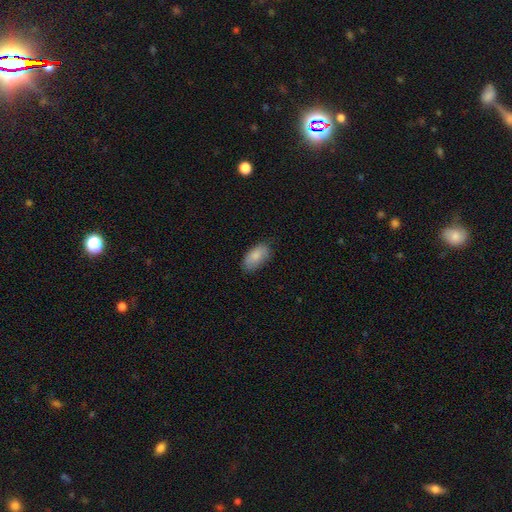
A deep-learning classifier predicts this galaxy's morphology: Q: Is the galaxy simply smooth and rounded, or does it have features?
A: smooth — 85%.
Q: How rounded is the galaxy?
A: in between — 93%.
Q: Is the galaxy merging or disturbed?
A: none — 79%.